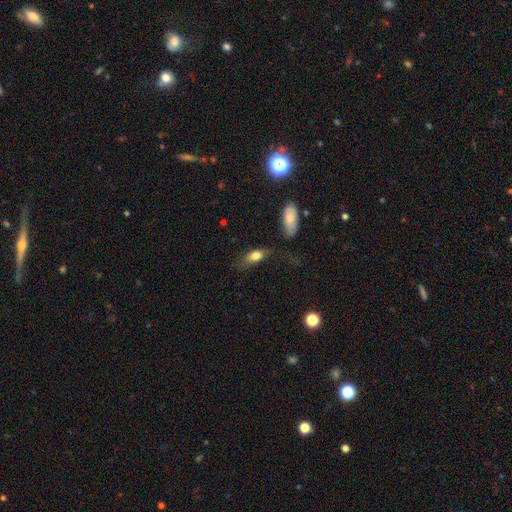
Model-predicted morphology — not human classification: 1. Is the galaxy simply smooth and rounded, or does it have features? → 78% smooth, 14% featured or disk, 8% star or artifact.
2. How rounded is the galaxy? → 82% in between, 12% cigar-shaped, 6% round.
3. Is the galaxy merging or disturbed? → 53% none, 23% minor disturbance, 17% major disturbance, 7% merger.